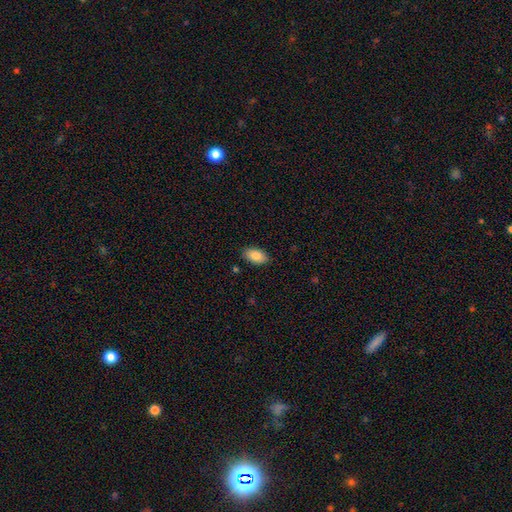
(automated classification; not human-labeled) This appears to be a smooth galaxy with no disk features (86%) that is in between round and cigar-shaped (94%). Merging: none (86%).